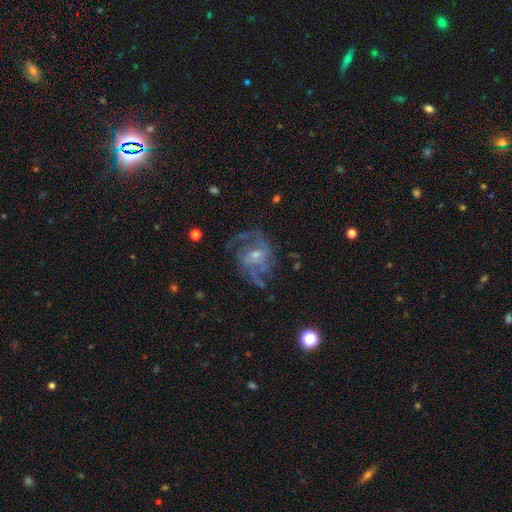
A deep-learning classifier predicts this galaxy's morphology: A featured or disk galaxy (82%) with no bar (47%), 2 (39%) medium (51%) spiral arms (92%) and a small central bulge (59%).

Vote fractions:
- Smooth or featured? featured or disk: 82% / star or artifact: 9% / smooth: 9%
- Edge-on disk? no: 97% / yes: 3%
- Bar? no: 47% / weak: 43% / strong: 10%
- Spiral arms? yes: 92% / no: 8%
- Spiral winding? medium: 51% / loose: 25% / tight: 24%
- Spiral arm count? 2: 39% / can't tell: 22% / 3: 21% / 4: 7% / 1: 6% / more than 4: 5%
- Bulge size? small: 59% / moderate: 33% / none: 5% / large: 2% / dominant: 1%
- Merging? none: 63% / minor disturbance: 18% / major disturbance: 18% / merger: 2%